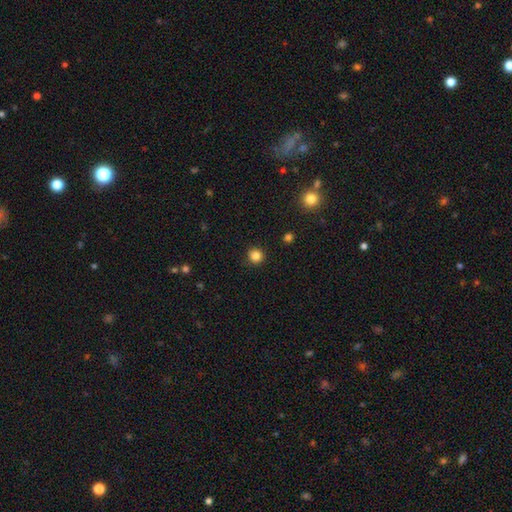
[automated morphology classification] smooth 84%, star or artifact 12%, featured or disk 4%. Down the decision tree: how rounded — round (94%); merging — none (91%).